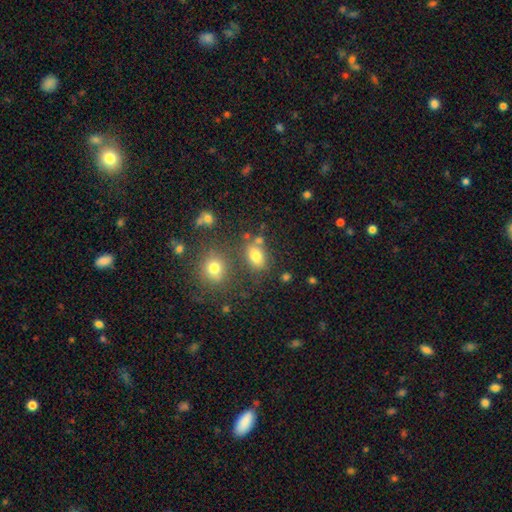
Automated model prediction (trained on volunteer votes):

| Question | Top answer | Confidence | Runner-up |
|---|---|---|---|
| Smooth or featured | smooth | 75% | star or artifact (15%) |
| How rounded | in between | 77% | round (20%) |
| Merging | none | 68% | merger (14%) |